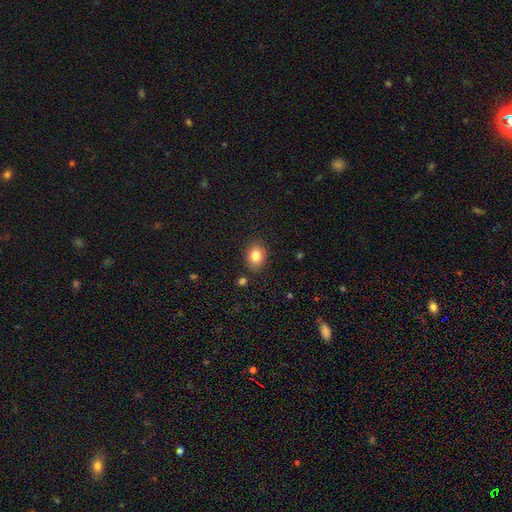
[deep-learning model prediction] smooth-or-featured: smooth: 83% | star or artifact: 9% | featured or disk: 8%
  how-rounded: in between: 60% | round: 39% | cigar-shaped: 1%
  merging: none: 85% | minor disturbance: 11% | major disturbance: 3% | merger: 2%